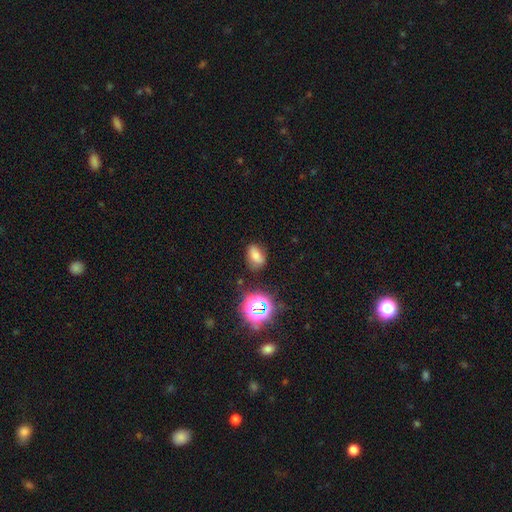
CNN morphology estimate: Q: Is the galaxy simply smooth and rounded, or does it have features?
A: smooth — 67%.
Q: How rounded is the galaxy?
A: in between — 80%.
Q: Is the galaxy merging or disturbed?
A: none — 70%.